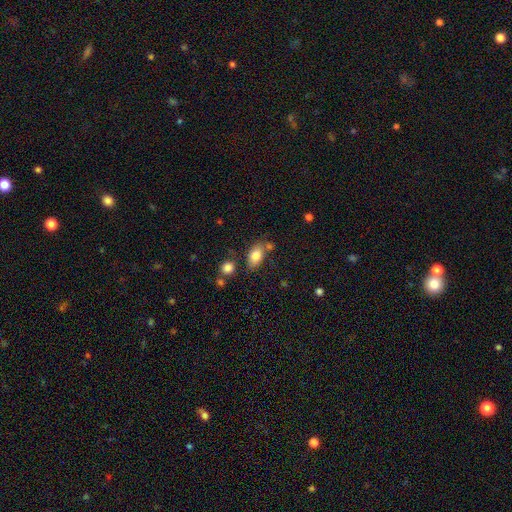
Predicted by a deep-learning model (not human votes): The model was most divided on "merging": none: 65%, minor disturbance: 17%, merger: 13%, major disturbance: 5%. More confident: how rounded — in between (87%); smooth or featured — smooth (81%).